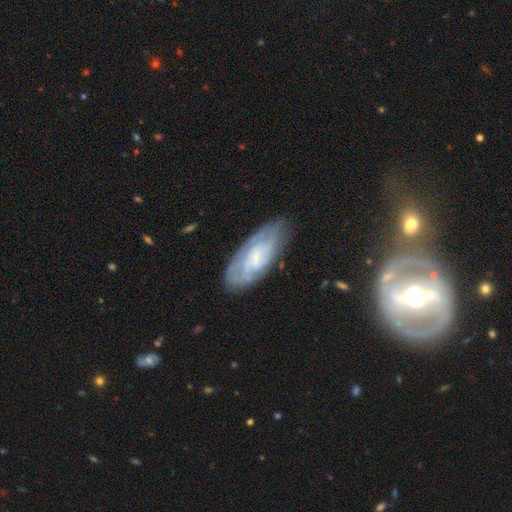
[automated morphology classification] featured or disk 60%, smooth 31%, star or artifact 8%. Down the decision tree: edge-on disk — no (84%); bar — no (64%); spiral arms — yes (74%); bulge size — small (40%); merging — none (74%).